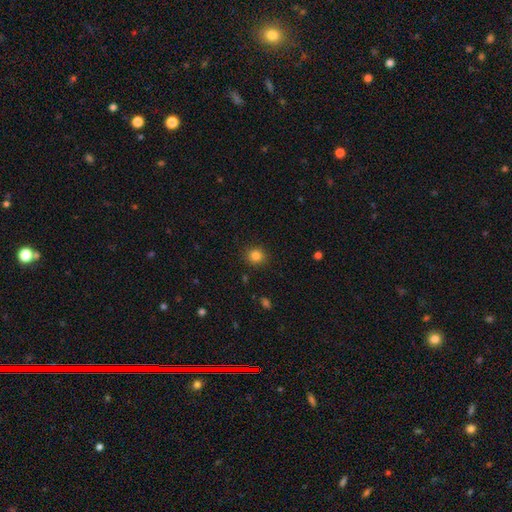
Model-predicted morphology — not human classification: Smooth or featured? Predicted: smooth (p=0.84). How rounded? Predicted: round (p=0.88). Merging? Predicted: none (p=0.89).